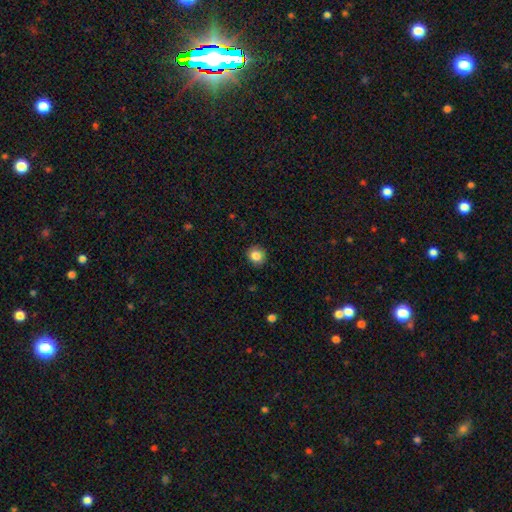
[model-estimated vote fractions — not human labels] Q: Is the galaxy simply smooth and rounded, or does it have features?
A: smooth — 85%.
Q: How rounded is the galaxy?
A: round — 89%.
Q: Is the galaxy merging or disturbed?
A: none — 89%.